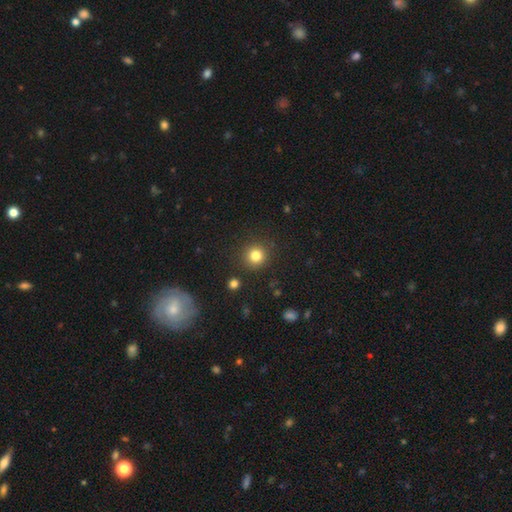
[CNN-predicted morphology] Overall: smooth (82%). How rounded: round (93%). Merging: none (90%).